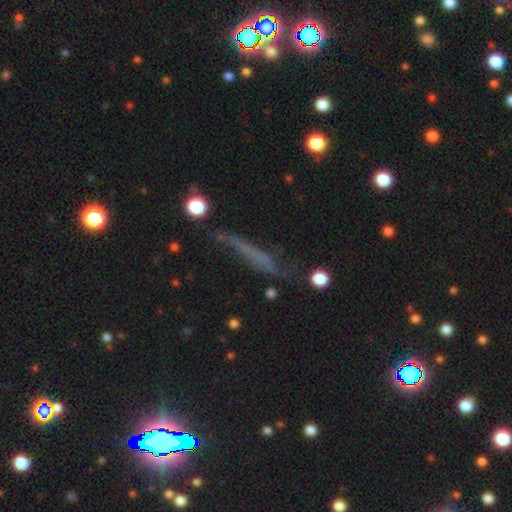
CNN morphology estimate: smooth-or-featured: smooth: 41% | featured or disk: 38% | star or artifact: 21%
  merging: none: 60% | minor disturbance: 24% | major disturbance: 11% | merger: 4%